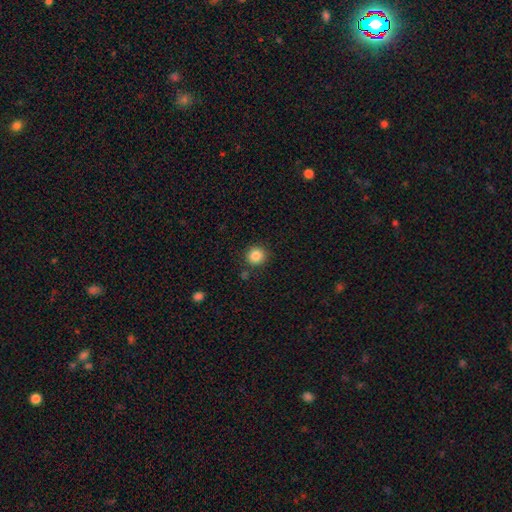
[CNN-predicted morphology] type=smooth (85%); roundness=round (93%); merging=none (87%).